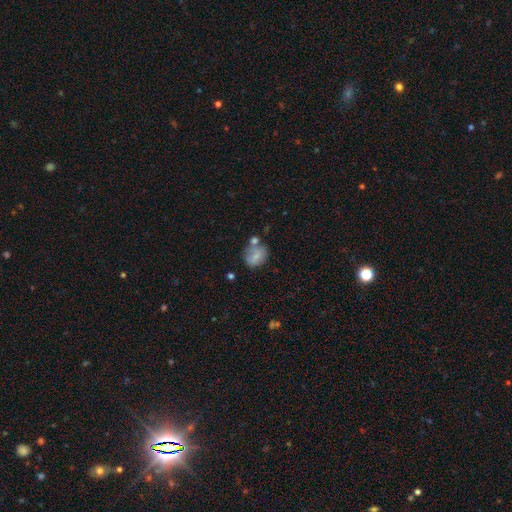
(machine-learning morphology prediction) smooth_or_featured: smooth (p=0.72) [alt: featured or disk p=0.19]
how_rounded: round (p=0.55) [alt: in between p=0.44]
merging: none (p=0.50) [alt: merger p=0.21]